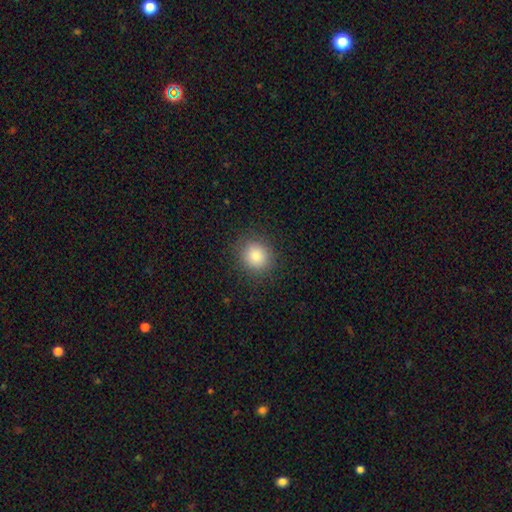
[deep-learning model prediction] Smooth or featured? smooth (85%)
How rounded? round (84%)
Merging? none (89%)